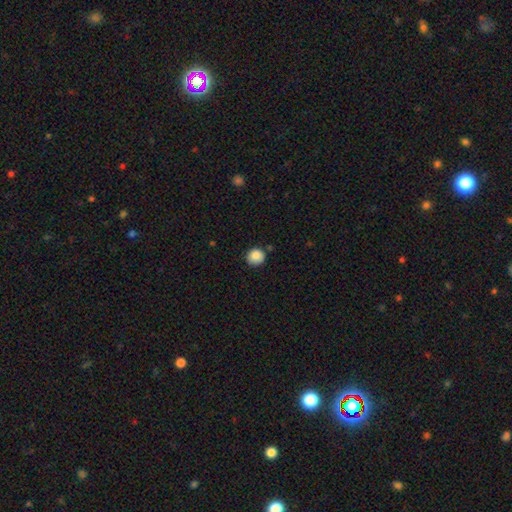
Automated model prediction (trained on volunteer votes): A smooth galaxy with no disk features (87%) that is round (91%). Merging: none (84%).